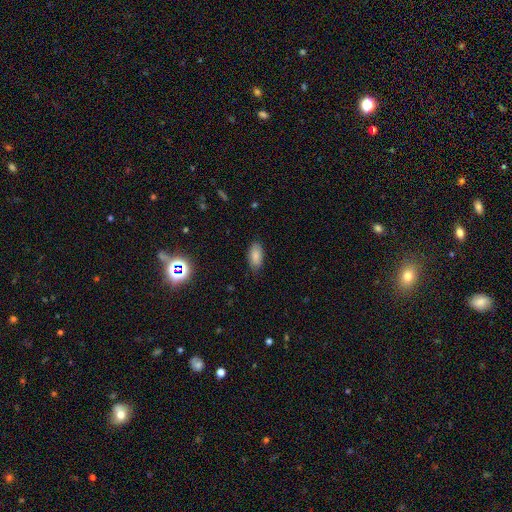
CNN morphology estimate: A smooth galaxy with no disk features (85%) that is in between round and cigar-shaped (91%). Merging: none (85%).